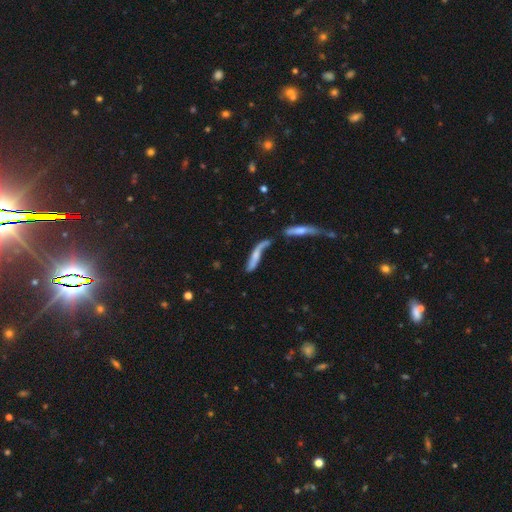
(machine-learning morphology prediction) This appears to be a featured or disk galaxy (48%). Merging: none (31%).